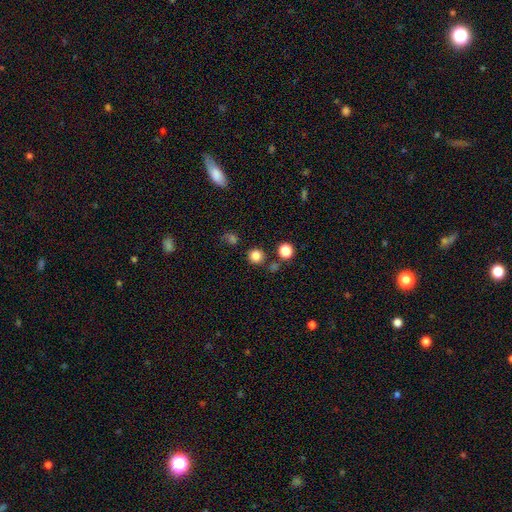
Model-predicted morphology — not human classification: The model was most divided on "smooth or featured": smooth: 81%, star or artifact: 14%, featured or disk: 5%. More confident: how rounded — round (93%); merging — none (83%).